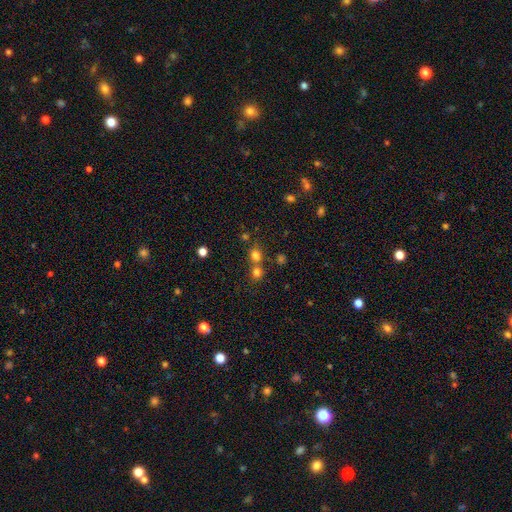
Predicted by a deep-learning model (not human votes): Smooth or featured?
  - smooth: 73% *
  - star or artifact: 19%
  - featured or disk: 8%
How rounded?
  - round: 75% *
  - in between: 24%
  - cigar-shaped: 1%
Merging?
  - none: 51% *
  - merger: 38%
  - minor disturbance: 7%
  - major disturbance: 3%